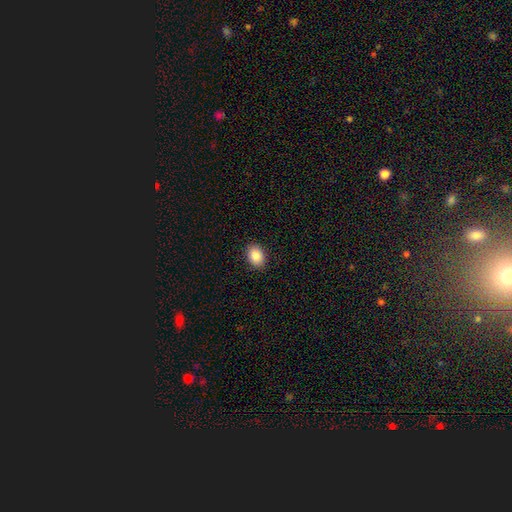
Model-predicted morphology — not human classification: smooth 87%, star or artifact 8%, featured or disk 5%. Down the decision tree: how rounded — in between (71%); merging — none (90%).